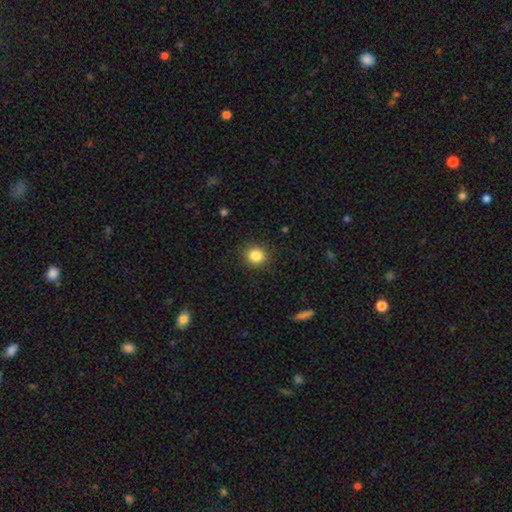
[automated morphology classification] A smooth galaxy with no disk features (84%) that is round (83%).

Vote fractions:
- Smooth or featured? smooth: 84% / star or artifact: 11% / featured or disk: 5%
- How rounded? round: 83% / in between: 16% / cigar-shaped: 1%
- Merging? none: 89% / minor disturbance: 7% / major disturbance: 2% / merger: 1%